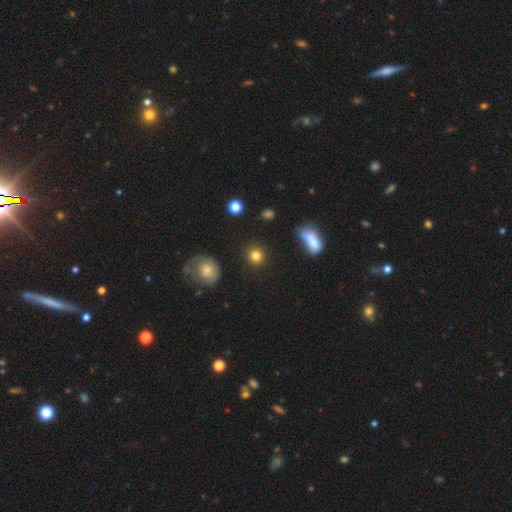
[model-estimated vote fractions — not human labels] Morphology: type=smooth (83%); roundness=round (89%); merging=none (86%).